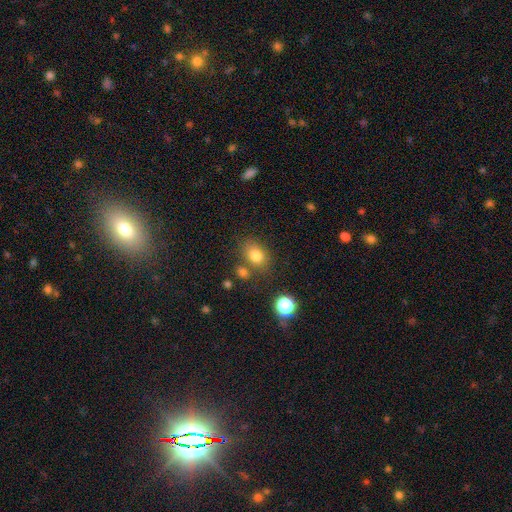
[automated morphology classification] Smooth or featured: smooth — 79% (star or artifact — 13%)
How rounded: in between — 62% (round — 37%)
Merging: none — 69% (minor disturbance — 15%)